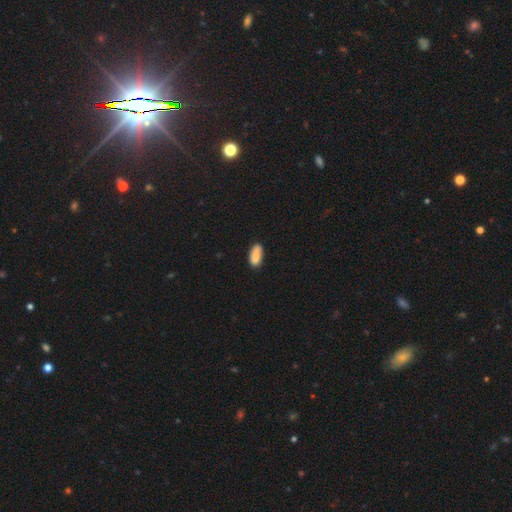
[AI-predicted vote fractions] smooth-or-featured: smooth: 87% | star or artifact: 7% | featured or disk: 6%
  how-rounded: in between: 86% | cigar-shaped: 12% | round: 2%
  merging: none: 82% | minor disturbance: 14% | major disturbance: 2% | merger: 2%